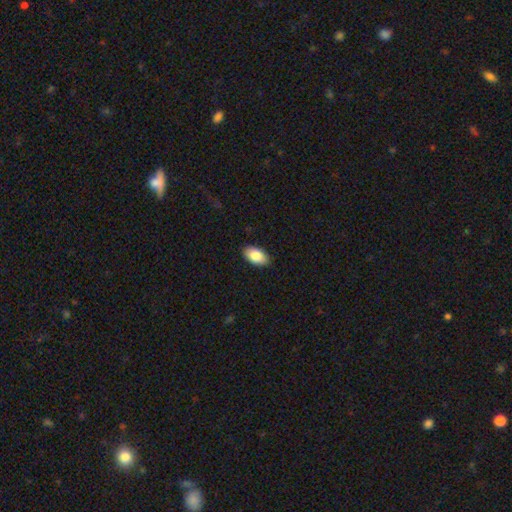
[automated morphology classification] smooth_or_featured: smooth (p=0.84) [alt: featured or disk p=0.09]
how_rounded: in between (p=0.94) [alt: round p=0.05]
merging: none (p=0.88) [alt: minor disturbance p=0.09]